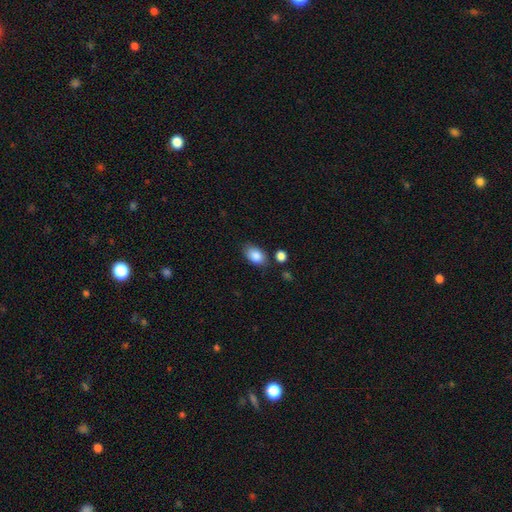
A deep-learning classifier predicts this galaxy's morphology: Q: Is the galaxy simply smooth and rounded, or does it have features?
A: smooth — 88%.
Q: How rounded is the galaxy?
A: in between — 90%.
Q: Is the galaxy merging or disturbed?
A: none — 77%.